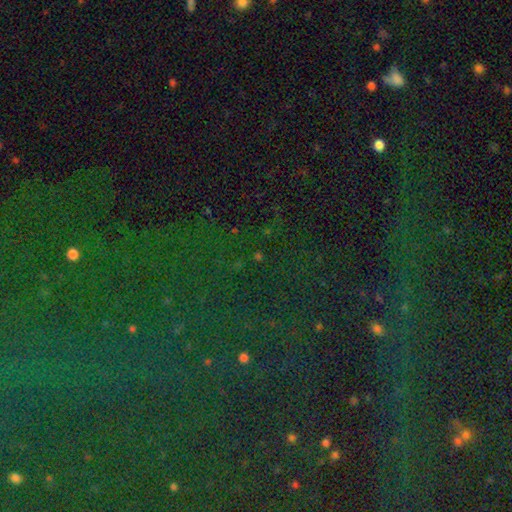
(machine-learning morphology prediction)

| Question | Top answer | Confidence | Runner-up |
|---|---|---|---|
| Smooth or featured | star or artifact | 83% | smooth (9%) |